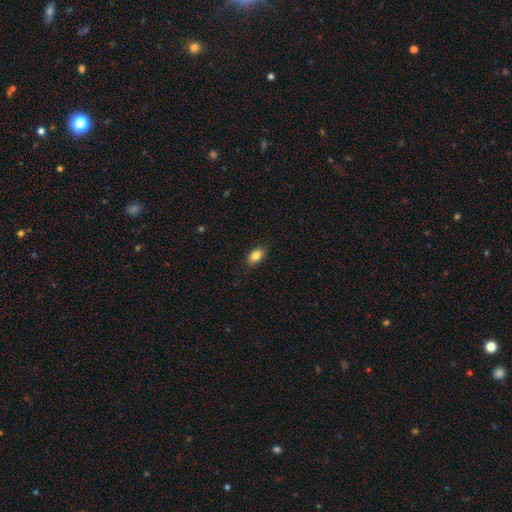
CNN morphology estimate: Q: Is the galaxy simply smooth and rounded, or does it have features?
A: smooth — 84%.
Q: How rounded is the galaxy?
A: in between — 86%.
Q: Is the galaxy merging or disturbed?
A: none — 86%.